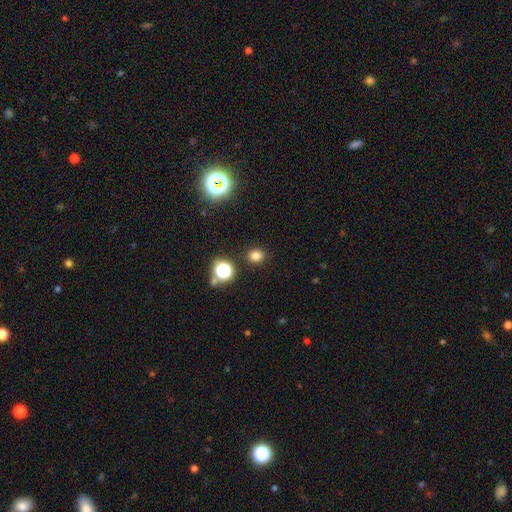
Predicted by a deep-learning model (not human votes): smooth 77%, star or artifact 18%, featured or disk 5%. Down the decision tree: how rounded — round (70%); merging — none (88%).